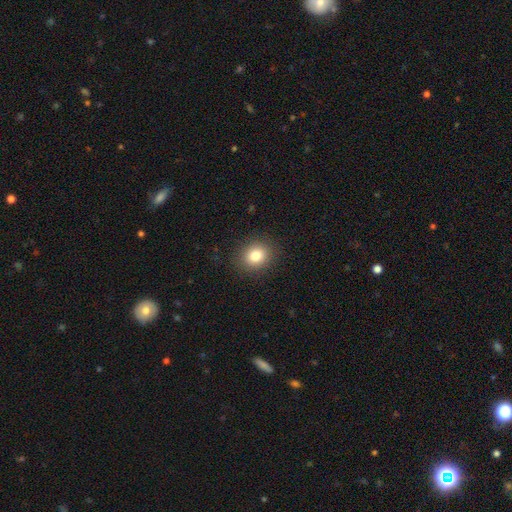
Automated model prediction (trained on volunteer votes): smooth_or_featured: smooth (p=0.81) [alt: star or artifact p=0.11]
how_rounded: round (p=0.69) [alt: in between p=0.31]
merging: none (p=0.89) [alt: minor disturbance p=0.08]